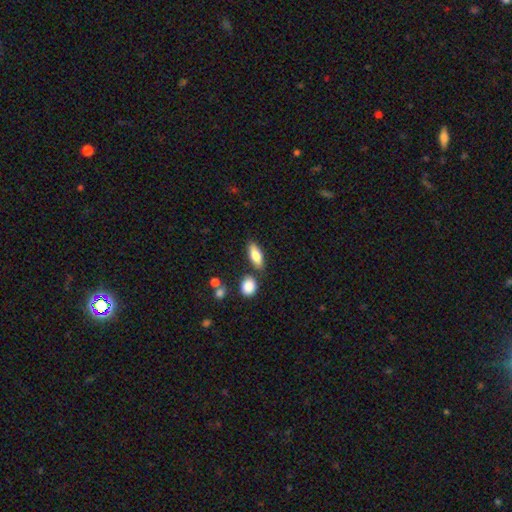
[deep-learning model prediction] Smooth or featured: smooth — 74% (featured or disk — 19%)
How rounded: in between — 72% (cigar-shaped — 24%)
Merging: none — 76% (minor disturbance — 12%)